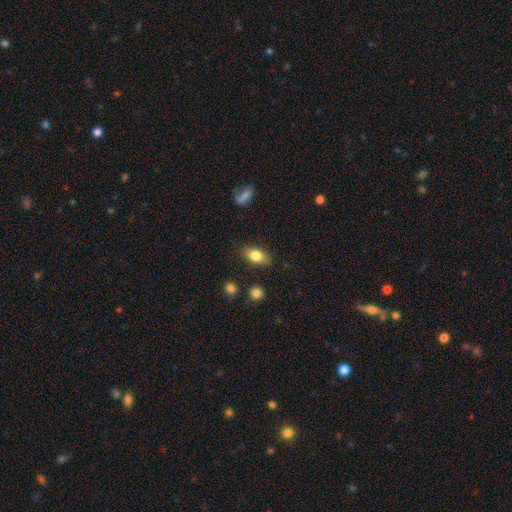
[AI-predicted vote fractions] smooth-or-featured: smooth: 81% | featured or disk: 11% | star or artifact: 8%
  how-rounded: in between: 87% | round: 9% | cigar-shaped: 4%
  merging: none: 82% | minor disturbance: 14% | major disturbance: 3% | merger: 2%